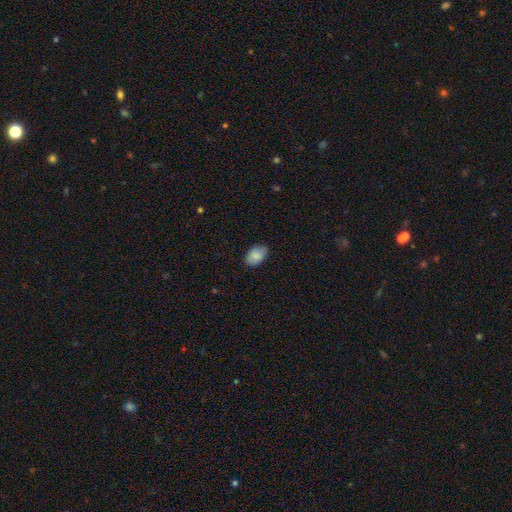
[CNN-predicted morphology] Overall: smooth (87%). How rounded: in between (87%). Merging: none (83%).